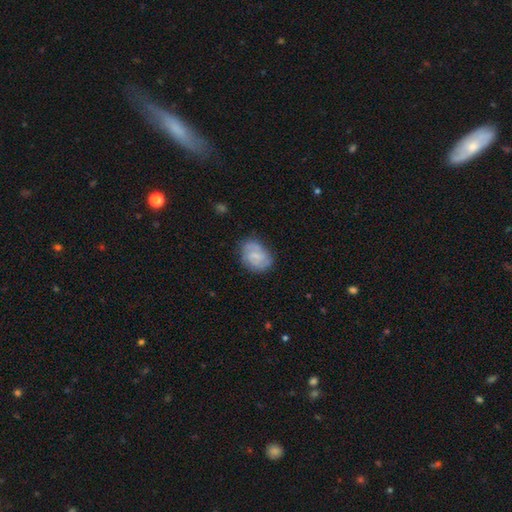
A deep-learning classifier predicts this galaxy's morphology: This is possibly a featured or disk galaxy (54%). It is clearly not viewed edge-on (98%). Bar: possibly weak (52%). Spiral arm pattern: clearly yes (85%). Central bulge: possibly small (46%). Merging: likely none (73%).